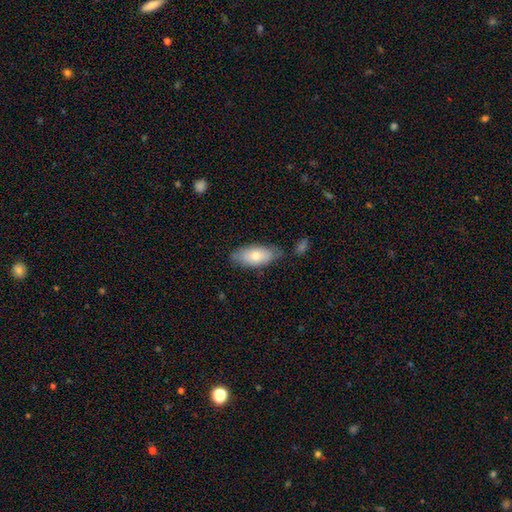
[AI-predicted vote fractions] Smooth or featured? Predicted: smooth (p=0.71). How rounded? Predicted: in between (p=0.89). Merging? Predicted: none (p=0.70).